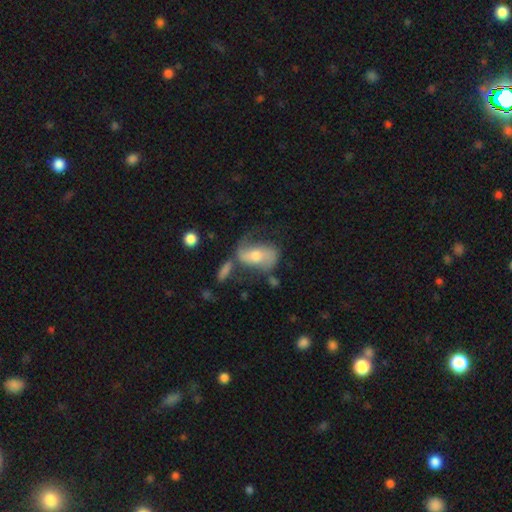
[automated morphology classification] Overall: featured or disk (63%; smooth 30%). Edge-on disk: no (94%). Bar: no (44%; weak 34%). Spiral arms: yes (82%). Bulge size: moderate (63%; small 27%). Merging: none (42%; major disturbance 23%).